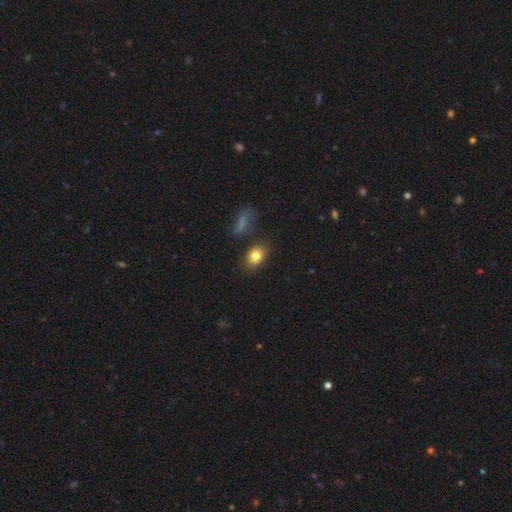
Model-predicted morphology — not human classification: This is clearly a smooth galaxy (82%). How rounded: likely in between (74%). Merging: likely none (75%).